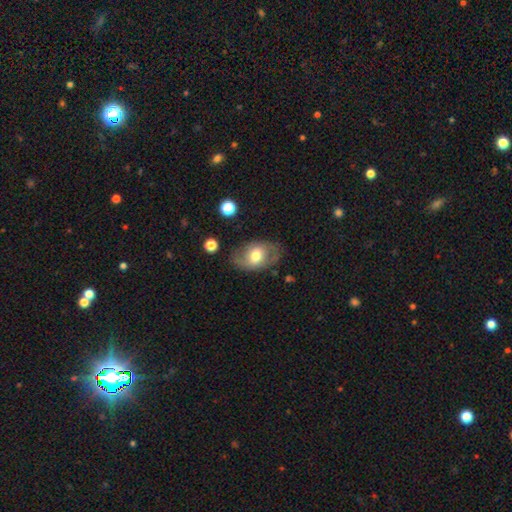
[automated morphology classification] smooth_or_featured: smooth (p=0.51) [alt: featured or disk p=0.41]
how_rounded: in between (p=0.79) [alt: round p=0.20]
merging: none (p=0.71) [alt: minor disturbance p=0.20]